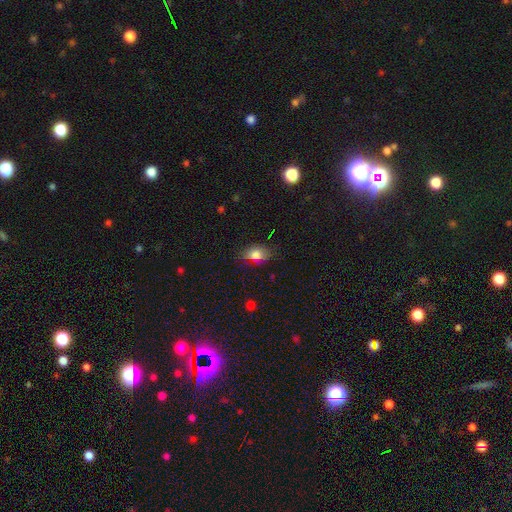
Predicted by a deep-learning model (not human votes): This appears to be a smooth galaxy with no disk features (77%) that is in between round and cigar-shaped (80%). Merging: none (73%).